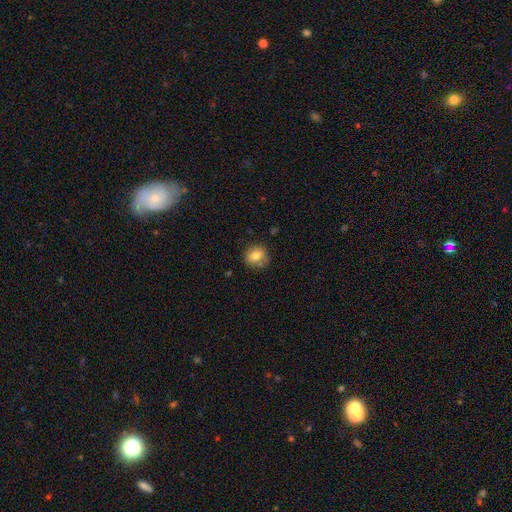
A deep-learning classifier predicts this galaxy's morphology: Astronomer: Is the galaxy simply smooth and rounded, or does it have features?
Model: smooth — 78%.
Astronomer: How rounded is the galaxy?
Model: round — 81%.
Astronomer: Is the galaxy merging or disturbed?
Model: none — 77%.